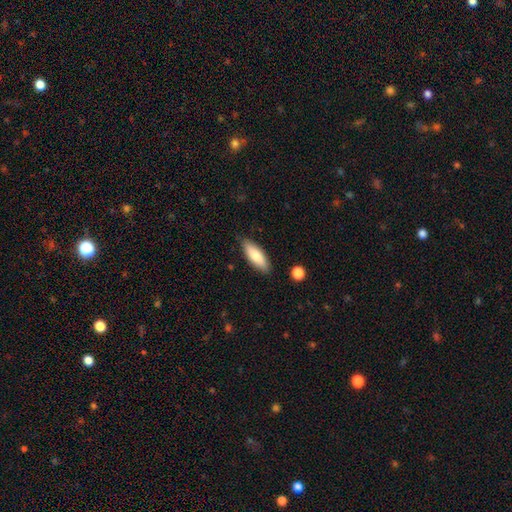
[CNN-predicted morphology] Smooth or featured? Predicted: smooth (p=0.81). How rounded? Predicted: in between (p=0.62). Merging? Predicted: none (p=0.85).